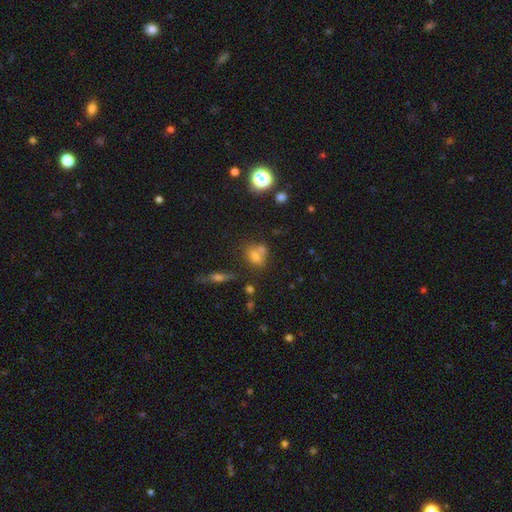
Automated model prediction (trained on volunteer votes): The model was most divided on "how rounded": round: 54%, in between: 44%, cigar-shaped: 3%. Remaining: smooth or featured — smooth (61%); merging — none (48%).